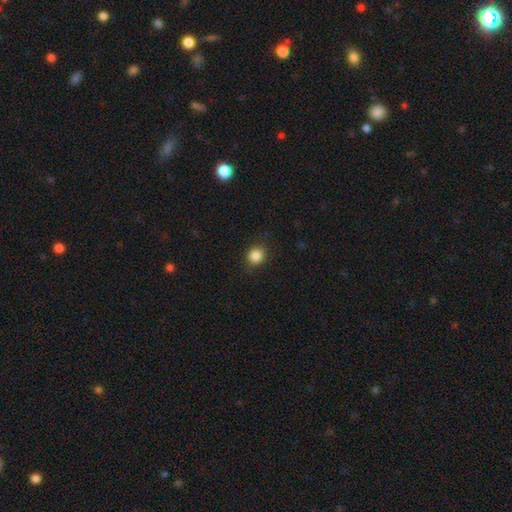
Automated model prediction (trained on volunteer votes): Smooth or featured? Predicted: smooth (p=0.85). How rounded? Predicted: round (p=0.78). Merging? Predicted: none (p=0.88).